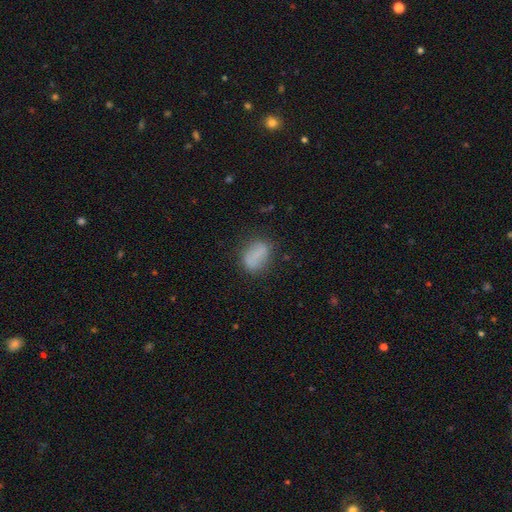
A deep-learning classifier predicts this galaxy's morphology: Smooth or featured?
  - smooth: 75% *
  - featured or disk: 15%
  - star or artifact: 9%
How rounded?
  - in between: 73% *
  - round: 24%
  - cigar-shaped: 3%
Merging?
  - none: 70% *
  - minor disturbance: 19%
  - major disturbance: 6%
  - merger: 4%